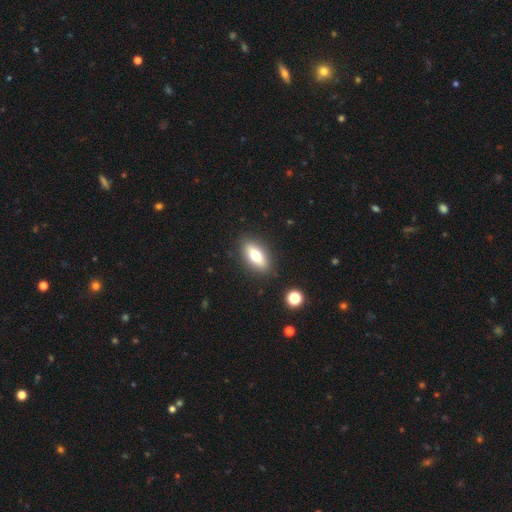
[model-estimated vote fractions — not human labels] A smooth galaxy with no disk features (68%) that is in between round and cigar-shaped (81%). Merging: none (87%).